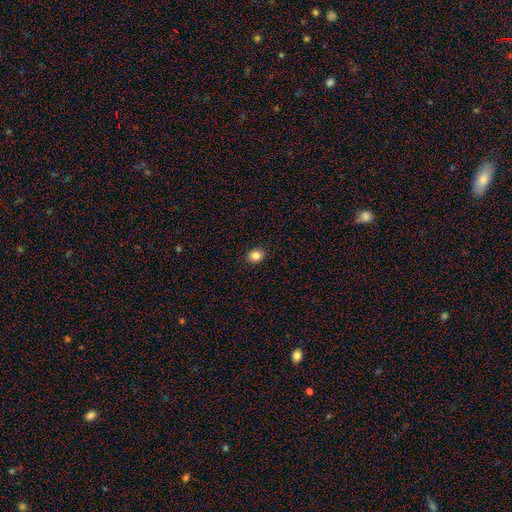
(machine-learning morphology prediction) Smooth or featured: smooth — 84% (star or artifact — 11%)
How rounded: round — 64% (in between — 35%)
Merging: none — 91% (minor disturbance — 6%)